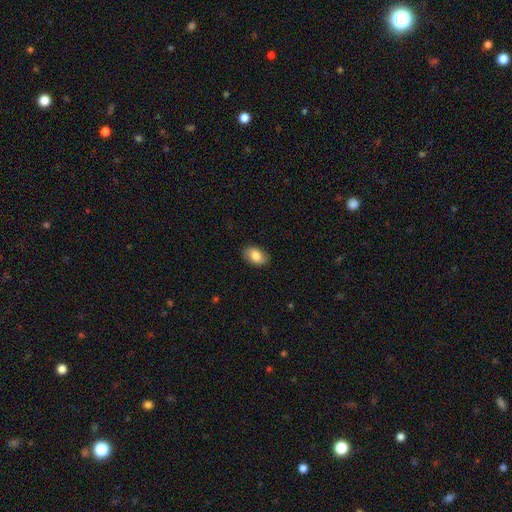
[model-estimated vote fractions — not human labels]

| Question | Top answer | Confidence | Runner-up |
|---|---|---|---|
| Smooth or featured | smooth | 79% | featured or disk (14%) |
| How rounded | in between | 89% | round (10%) |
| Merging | none | 85% | minor disturbance (11%) |